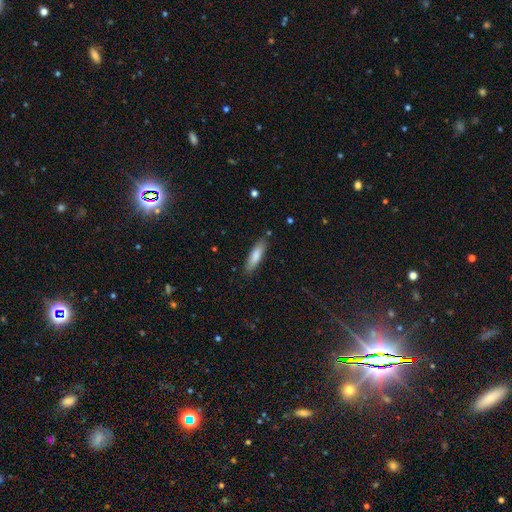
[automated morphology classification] Overall: smooth (80%). How rounded: cigar-shaped (65%; in between 34%). Merging: none (85%).